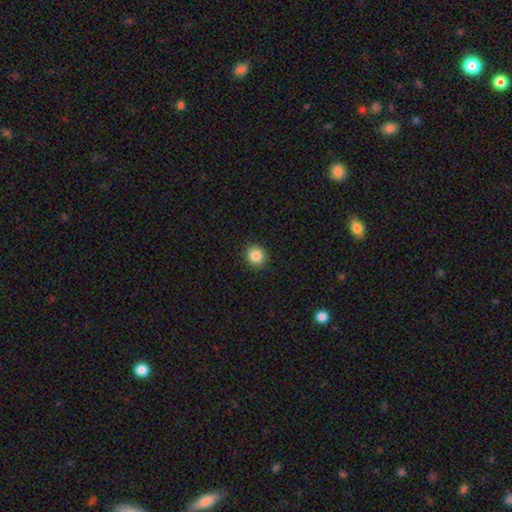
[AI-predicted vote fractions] Smooth or featured: smooth — 86% (star or artifact — 10%)
How rounded: round — 89% (in between — 10%)
Merging: none — 92% (minor disturbance — 5%)